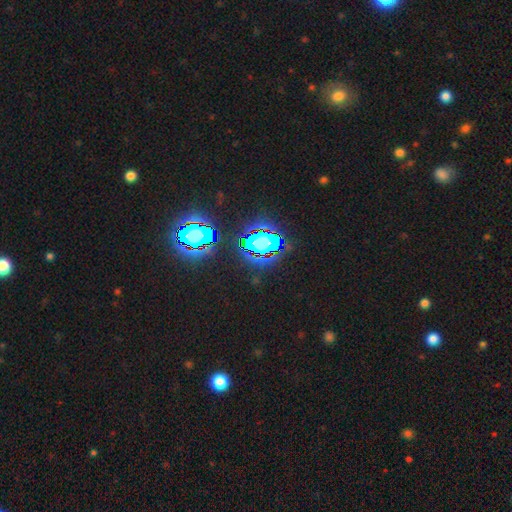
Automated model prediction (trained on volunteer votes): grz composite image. It shows a star or artifact, not a galaxy (83%).